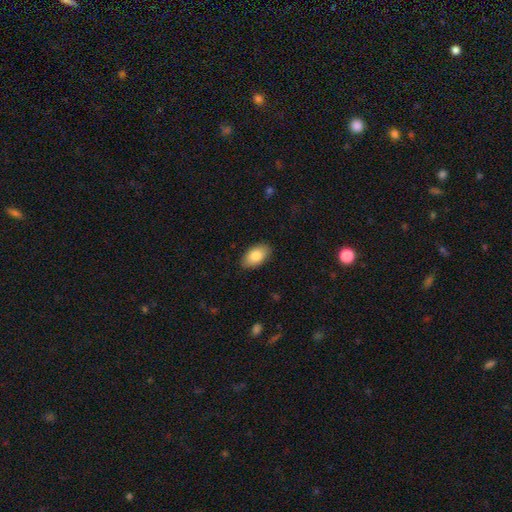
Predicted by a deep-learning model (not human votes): Smooth or featured? smooth (82%)
How rounded? in between (94%)
Merging? none (88%)